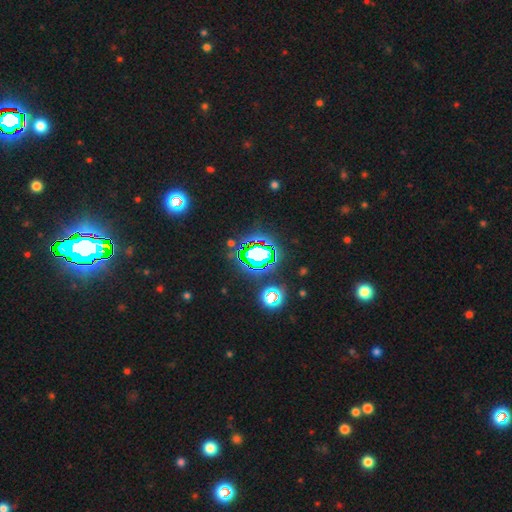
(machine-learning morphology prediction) Smooth or featured? star or artifact (72%)